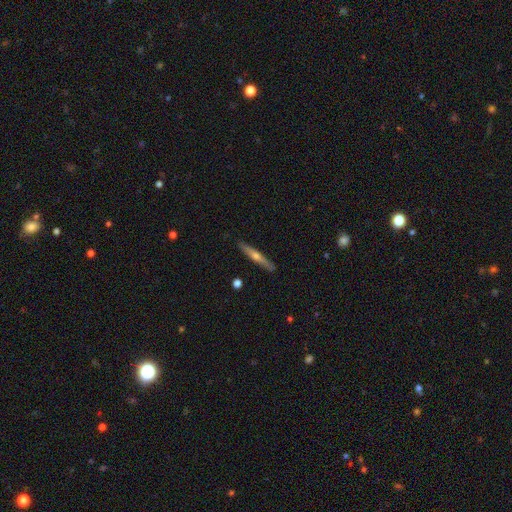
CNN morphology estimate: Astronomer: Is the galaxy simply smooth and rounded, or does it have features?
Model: featured or disk — 61%.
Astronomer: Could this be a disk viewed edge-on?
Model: yes — 96%.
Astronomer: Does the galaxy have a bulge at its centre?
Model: rounded — 82%.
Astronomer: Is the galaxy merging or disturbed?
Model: none — 90%.